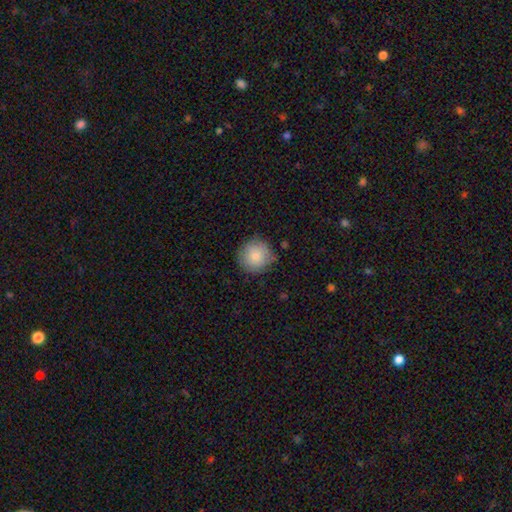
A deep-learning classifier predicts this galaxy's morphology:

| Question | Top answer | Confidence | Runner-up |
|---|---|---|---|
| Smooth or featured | smooth | 85% | featured or disk (8%) |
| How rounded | round | 95% | in between (4%) |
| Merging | none | 81% | minor disturbance (14%) |